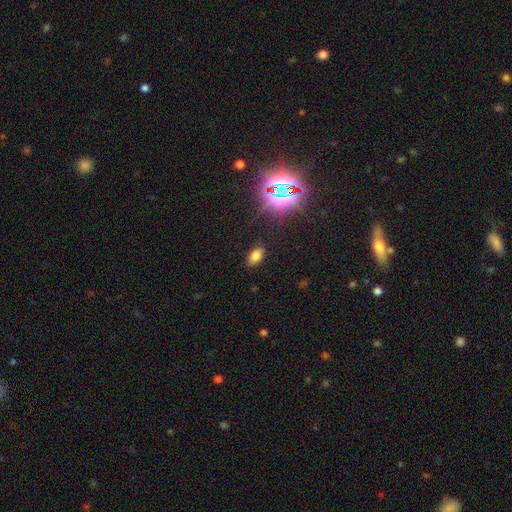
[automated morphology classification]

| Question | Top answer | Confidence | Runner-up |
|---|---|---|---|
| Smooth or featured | smooth | 72% | star or artifact (21%) |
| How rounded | in between | 90% | round (8%) |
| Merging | none | 85% | minor disturbance (10%) |